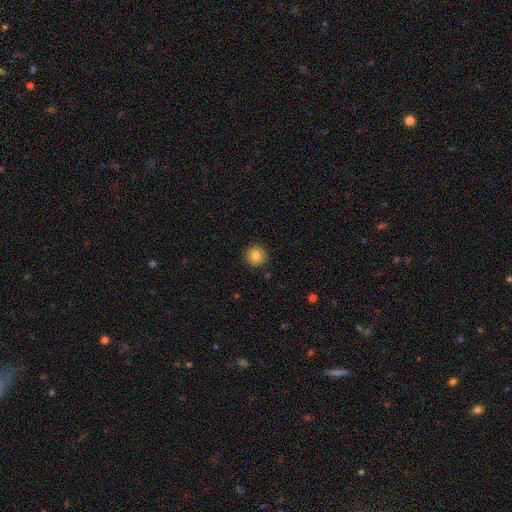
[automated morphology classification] smooth-or-featured: smooth: 84% | star or artifact: 10% | featured or disk: 7%
  how-rounded: round: 95% | in between: 4% | cigar-shaped: 1%
  merging: none: 92% | minor disturbance: 5% | major disturbance: 2% | merger: 1%